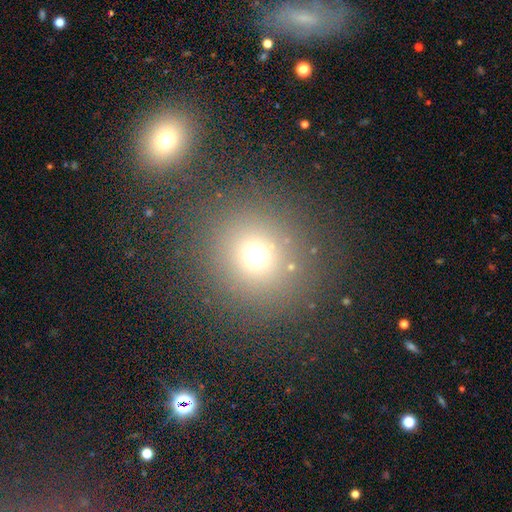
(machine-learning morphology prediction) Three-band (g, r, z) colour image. It shows a smooth galaxy with no disk features (68%) that is round (88%). Merging: none (84%).